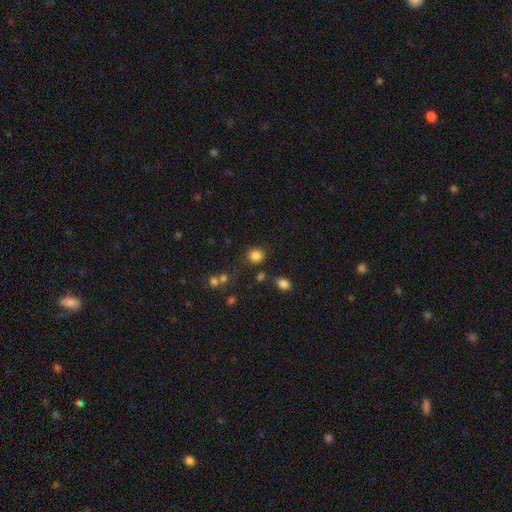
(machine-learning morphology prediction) Q: Smooth or featured?
A: smooth (84%); runner-up: star or artifact (11%)
Q: How rounded?
A: round (78%); runner-up: in between (21%)
Q: Merging?
A: none (79%); runner-up: minor disturbance (12%)